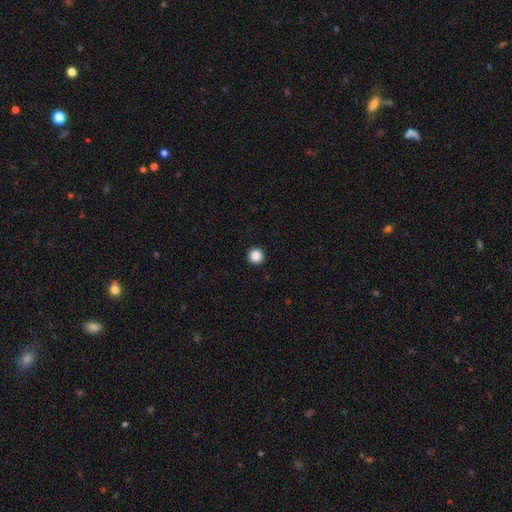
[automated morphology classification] smooth-or-featured: smooth: 87% | star or artifact: 10% | featured or disk: 3%
  how-rounded: round: 96% | in between: 3% | cigar-shaped: 1%
  merging: none: 94% | minor disturbance: 4% | major disturbance: 1% | merger: 1%